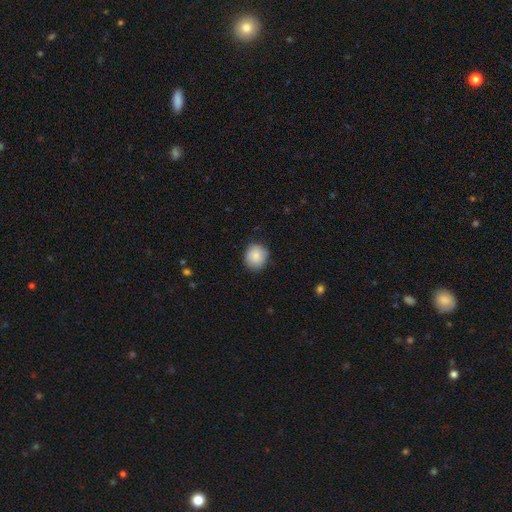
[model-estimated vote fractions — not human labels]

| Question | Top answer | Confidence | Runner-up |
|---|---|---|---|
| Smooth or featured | smooth | 86% | star or artifact (8%) |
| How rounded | round | 81% | in between (18%) |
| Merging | none | 84% | minor disturbance (12%) |